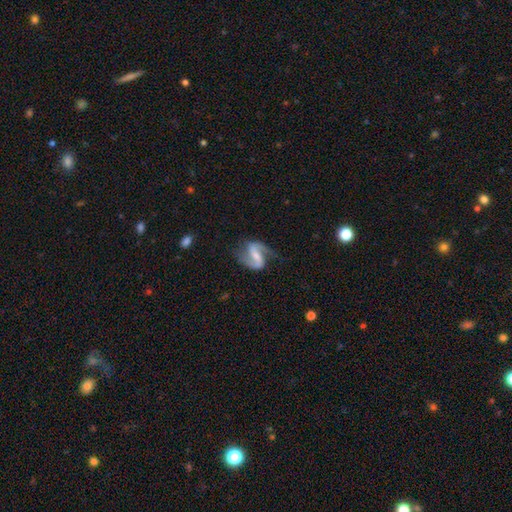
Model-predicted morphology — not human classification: Smooth or featured: featured or disk — 87% (smooth — 8%)
Edge-on disk: no — 98% (yes — 2%)
Bar: strong — 45% (weak — 40%)
Spiral arms: yes — 96% (no — 4%)
Spiral winding: medium — 45% (loose — 43%)
Spiral arm count: 2 — 92% (1 — 3%)
Bulge size: small — 42% (moderate — 35%)
Merging: none — 71% (minor disturbance — 18%)